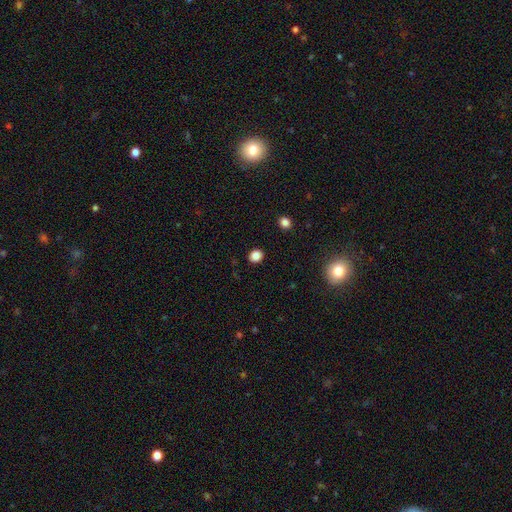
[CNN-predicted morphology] type=smooth (85%); roundness=round (69%); merging=none (90%).